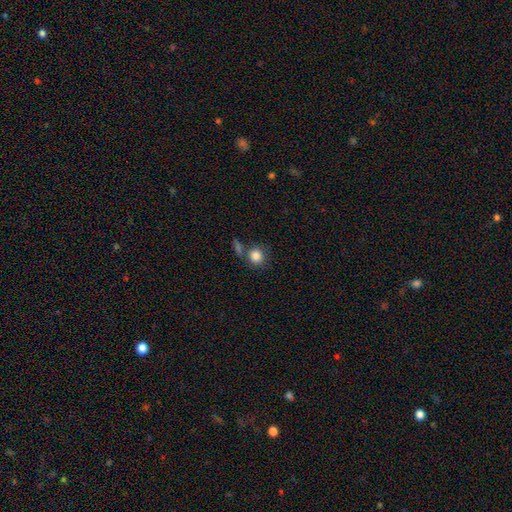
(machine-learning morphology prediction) Smooth or featured: smooth — 85% (star or artifact — 9%)
How rounded: round — 86% (in between — 13%)
Merging: none — 66% (merger — 17%)